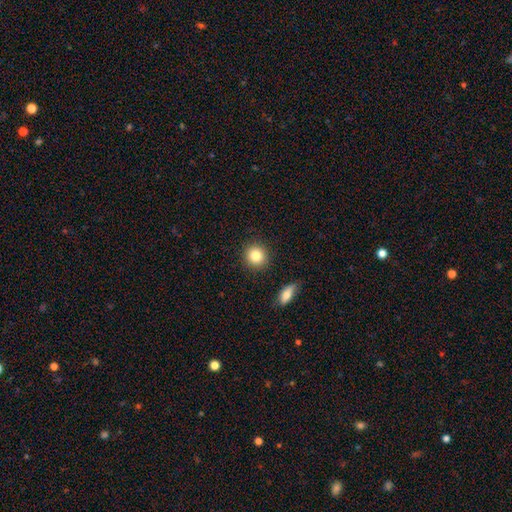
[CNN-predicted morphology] Smooth or featured? smooth (84%)
How rounded? round (89%)
Merging? none (89%)